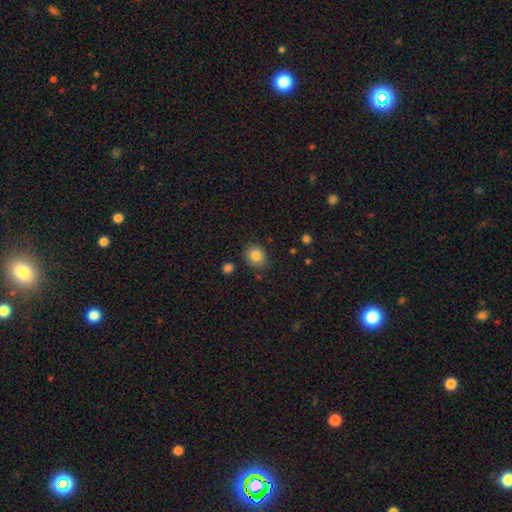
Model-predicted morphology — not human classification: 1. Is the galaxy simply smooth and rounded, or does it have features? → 84% smooth, 9% star or artifact, 6% featured or disk.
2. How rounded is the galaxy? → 65% round, 35% in between, 1% cigar-shaped.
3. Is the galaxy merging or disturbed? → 83% none, 12% minor disturbance, 3% major disturbance, 3% merger.